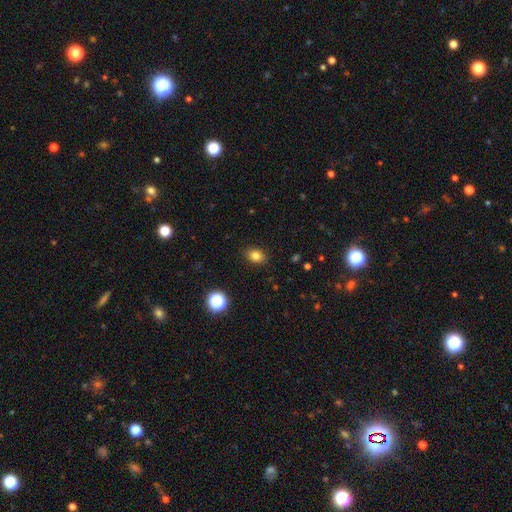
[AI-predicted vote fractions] A smooth galaxy with no disk features (81%) that is in between round and cigar-shaped (66%). Merging: none (88%).